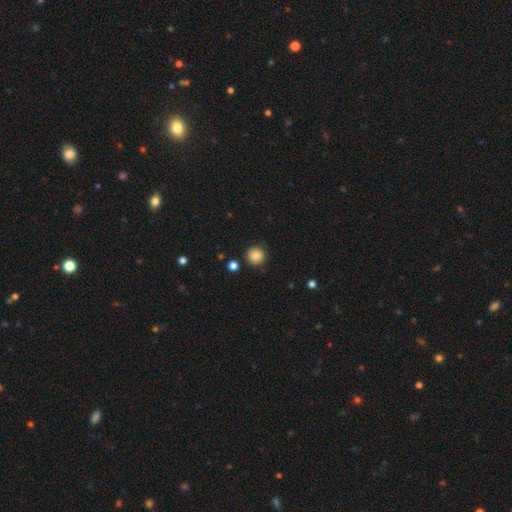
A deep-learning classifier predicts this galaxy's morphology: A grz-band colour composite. It shows a smooth galaxy with no disk features (86%) that is round (93%). Merging: none (86%).